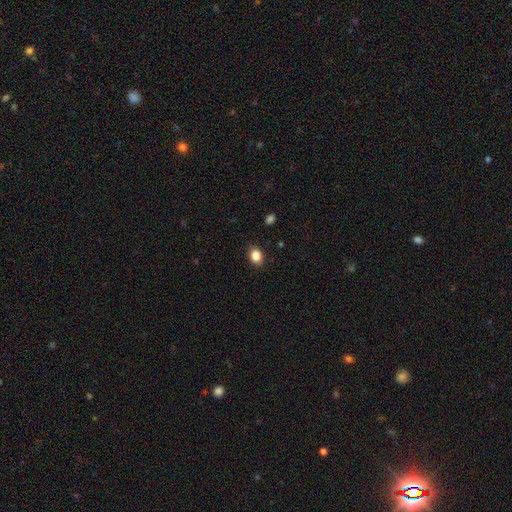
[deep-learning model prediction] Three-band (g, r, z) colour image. It shows a smooth galaxy with no disk features (86%) that is in between round and cigar-shaped (59%). Merging: none (87%).